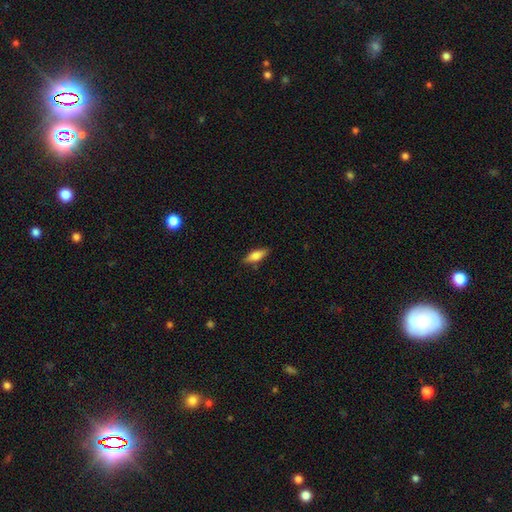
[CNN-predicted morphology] A smooth galaxy with no disk features (72%) that is in between round and cigar-shaped (62%).

Vote fractions:
- Smooth or featured? smooth: 72% / featured or disk: 21% / star or artifact: 7%
- How rounded? in between: 62% / cigar-shaped: 36% / round: 3%
- Merging? none: 83% / minor disturbance: 13% / major disturbance: 3% / merger: 2%